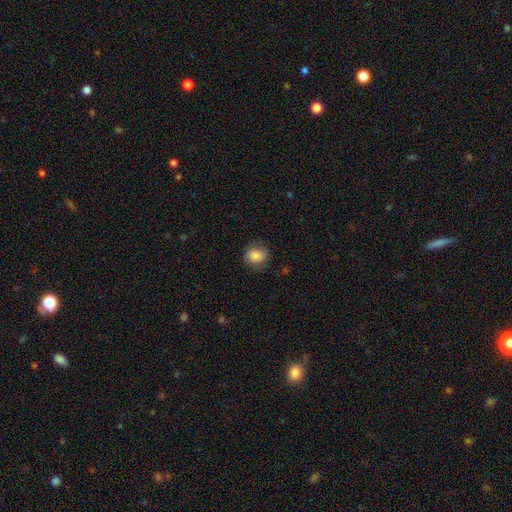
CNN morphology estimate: This appears to be a smooth galaxy with no disk features (83%) that is round (63%). Merging: none (77%).